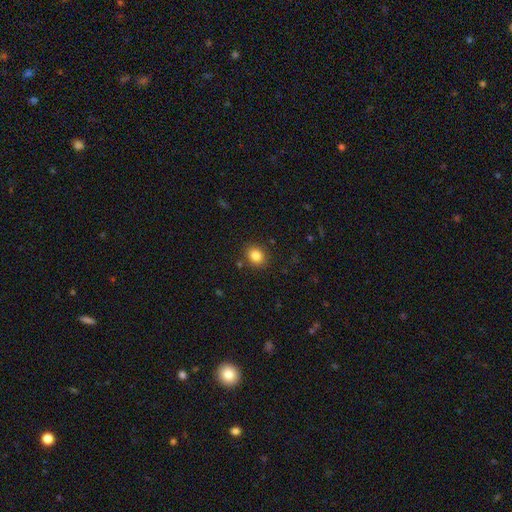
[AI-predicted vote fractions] A smooth galaxy with no disk features (84%) that is round (73%). Merging: none (86%).